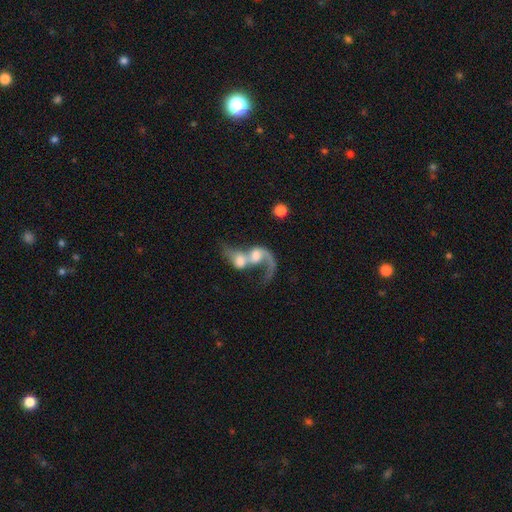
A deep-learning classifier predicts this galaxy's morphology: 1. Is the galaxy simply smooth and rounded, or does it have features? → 61% featured or disk, 31% smooth, 8% star or artifact.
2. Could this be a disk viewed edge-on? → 96% no, 4% yes.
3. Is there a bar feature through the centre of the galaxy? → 67% no, 25% weak, 7% strong.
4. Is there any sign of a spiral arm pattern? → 74% yes, 26% no.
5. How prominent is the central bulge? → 39% moderate, 30% large, 14% small, 12% none, 6% dominant.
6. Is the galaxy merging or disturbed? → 82% merger, 9% major disturbance, 6% none, 3% minor disturbance.